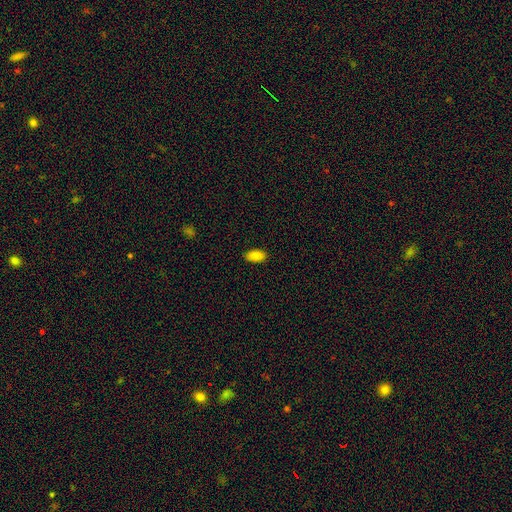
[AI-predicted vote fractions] Smooth or featured? Predicted: smooth (p=0.88). How rounded? Predicted: in between (p=0.93). Merging? Predicted: none (p=0.89).